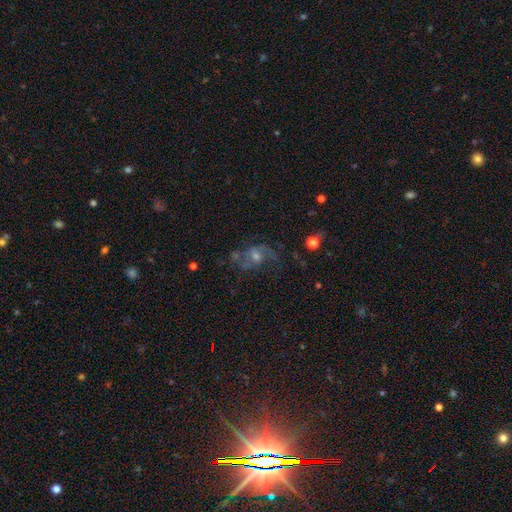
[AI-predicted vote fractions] This appears to be a featured or disk galaxy (62%) with no bar (65%), spiral arms (74%) and a moderate central bulge (50%). Merging: none (50%).